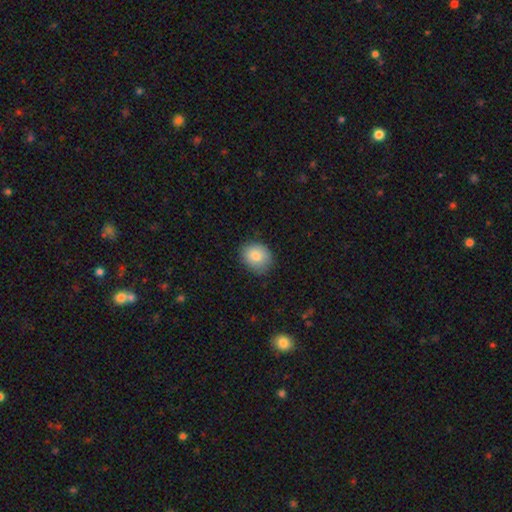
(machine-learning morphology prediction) This appears to be a smooth galaxy with no disk features (83%) that is round (63%). Merging: none (82%).